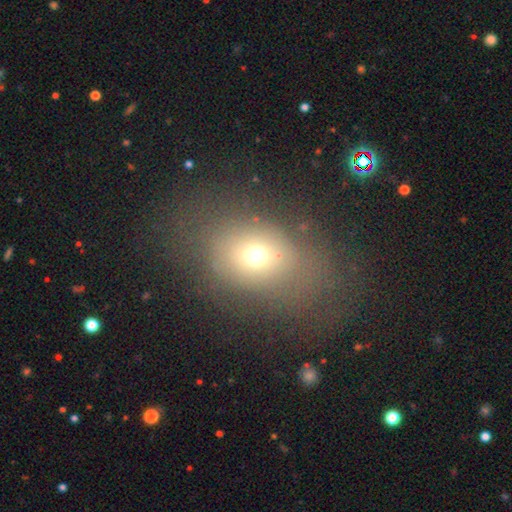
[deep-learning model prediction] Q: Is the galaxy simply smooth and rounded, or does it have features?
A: smooth — 64%.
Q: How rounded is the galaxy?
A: in between — 57%.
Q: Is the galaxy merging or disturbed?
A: none — 60%.